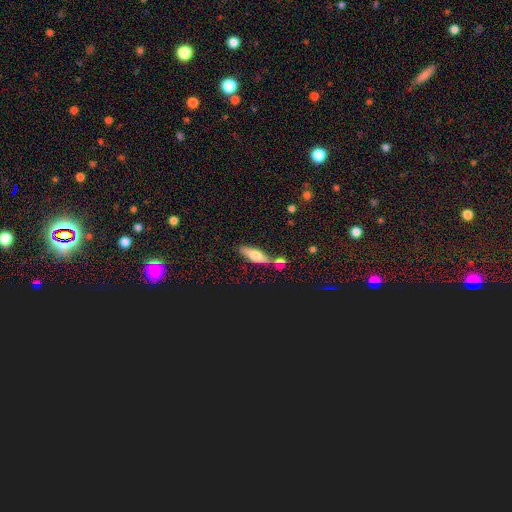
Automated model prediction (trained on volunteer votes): Q: Smooth or featured?
A: smooth (50%); runner-up: featured or disk (35%)
Q: Merging?
A: none (66%); runner-up: minor disturbance (15%)